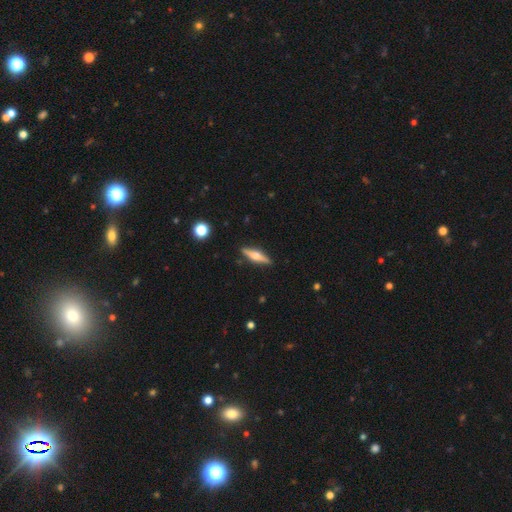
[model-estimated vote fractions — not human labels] This is possibly a featured or disk galaxy (59%). It is clearly viewed edge-on (96%). Edge-on bulge: clearly rounded (90%). Merging: clearly none (89%).